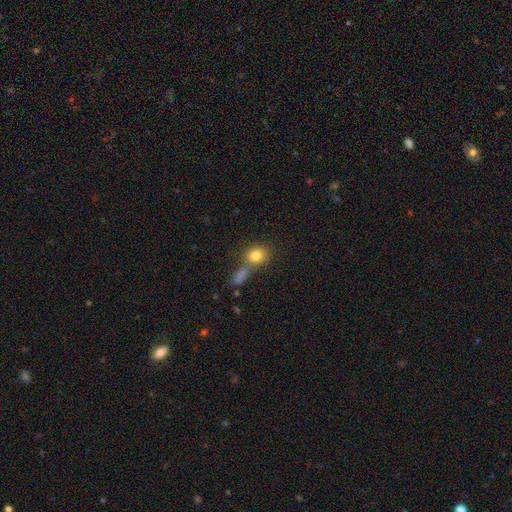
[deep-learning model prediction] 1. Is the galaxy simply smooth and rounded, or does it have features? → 81% smooth, 10% star or artifact, 9% featured or disk.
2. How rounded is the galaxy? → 72% round, 26% in between, 2% cigar-shaped.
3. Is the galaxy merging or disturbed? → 54% none, 30% merger, 10% minor disturbance, 5% major disturbance.